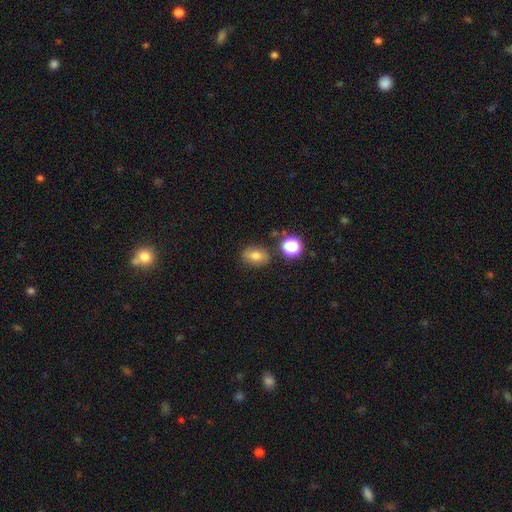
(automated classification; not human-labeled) Morphology: type=smooth (74%); roundness=in between (68%); merging=none (78%).